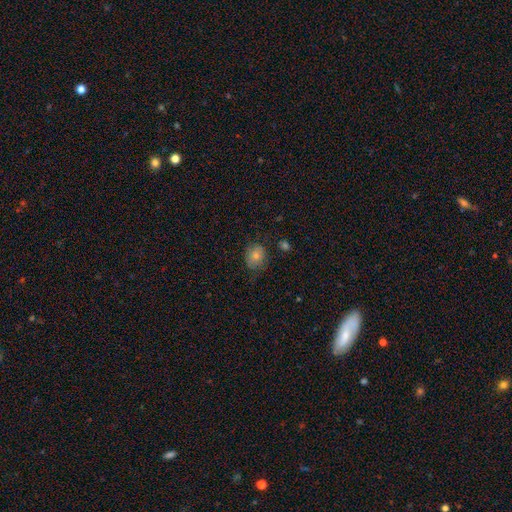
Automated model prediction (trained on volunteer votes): Smooth or featured? Predicted: smooth (p=0.78). How rounded? Predicted: round (p=0.66). Merging? Predicted: none (p=0.69).